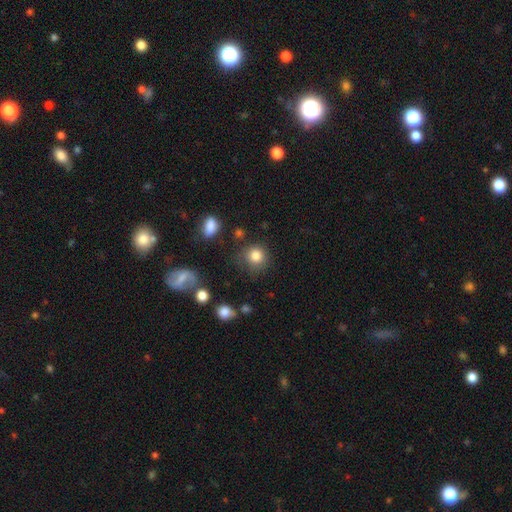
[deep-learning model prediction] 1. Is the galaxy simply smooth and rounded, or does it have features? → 83% smooth, 11% star or artifact, 6% featured or disk.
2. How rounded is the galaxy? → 88% round, 11% in between, 1% cigar-shaped.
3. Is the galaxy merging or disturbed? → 74% none, 16% minor disturbance, 6% major disturbance, 4% merger.